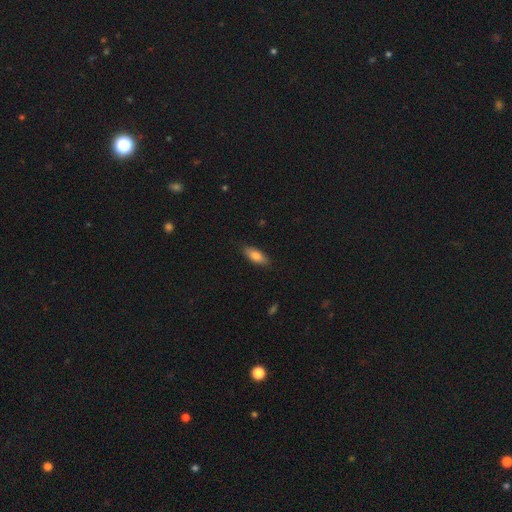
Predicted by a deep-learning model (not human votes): The model was most divided on "how rounded": in between: 75%, cigar-shaped: 23%, round: 2%. More confident: merging — none (87%); smooth or featured — smooth (80%).